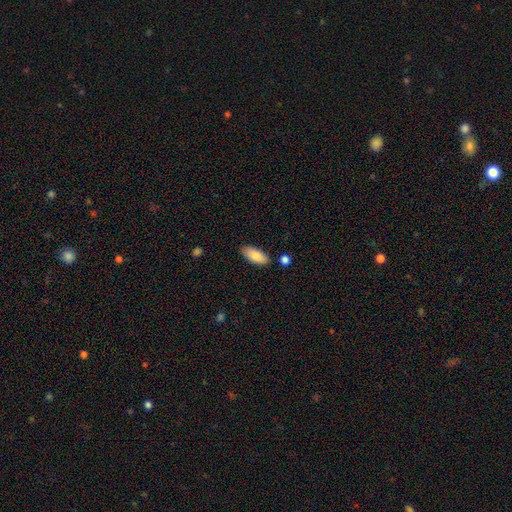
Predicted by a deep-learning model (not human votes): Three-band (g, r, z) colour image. It shows a smooth galaxy with no disk features (86%) that is in between round and cigar-shaped (87%). Merging: none (82%).